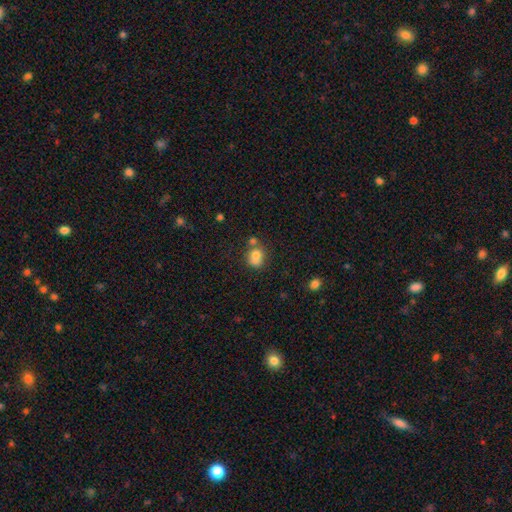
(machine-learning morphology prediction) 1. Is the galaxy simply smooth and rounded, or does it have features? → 75% smooth, 14% featured or disk, 11% star or artifact.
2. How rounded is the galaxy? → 65% round, 34% in between, 1% cigar-shaped.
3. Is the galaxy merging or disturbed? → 44% none, 35% merger, 16% minor disturbance, 6% major disturbance.